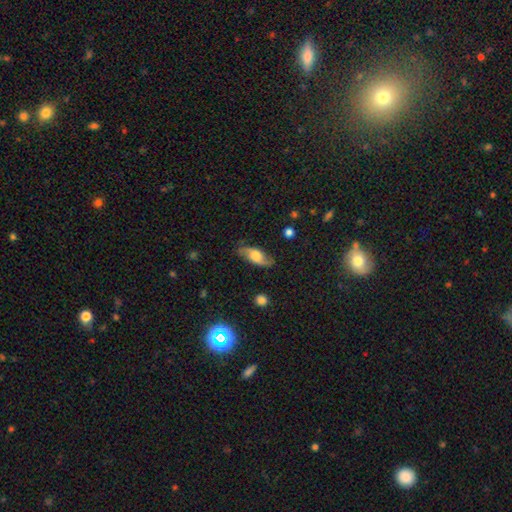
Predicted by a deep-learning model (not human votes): Smooth or featured? featured or disk (56%)
Edge-on disk? no (79%)
Merging? none (77%)